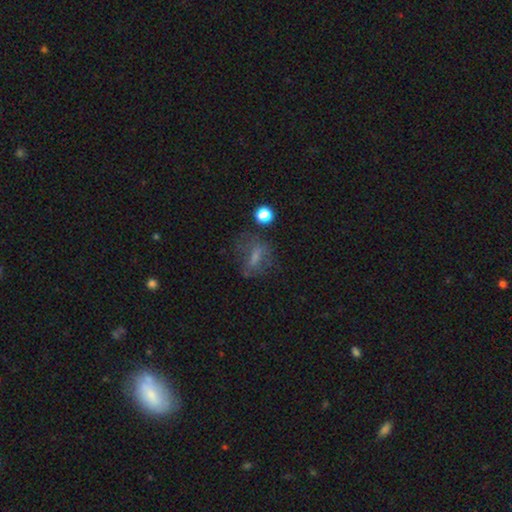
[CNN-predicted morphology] The model was most divided on "smooth or featured": smooth: 43%, featured or disk: 33%, star or artifact: 23%. More confident: merging — none (57%).